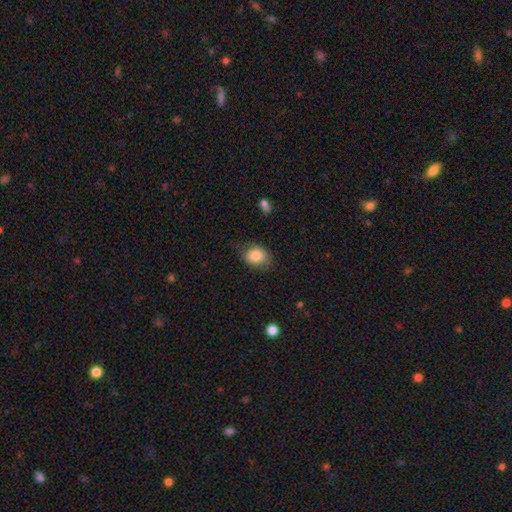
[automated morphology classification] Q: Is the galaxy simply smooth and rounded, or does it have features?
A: smooth — 82%.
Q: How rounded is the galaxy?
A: in between — 59%.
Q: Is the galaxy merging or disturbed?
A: none — 67%.